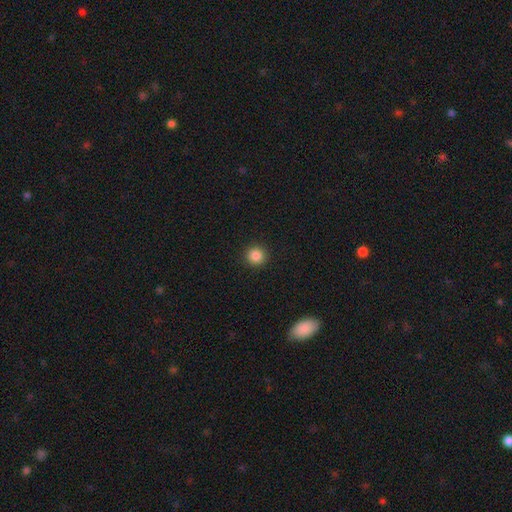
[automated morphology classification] smooth-or-featured: smooth: 85% | star or artifact: 11% | featured or disk: 4%
  how-rounded: round: 95% | in between: 4% | cigar-shaped: 1%
  merging: none: 93% | minor disturbance: 4% | major disturbance: 2% | merger: 1%